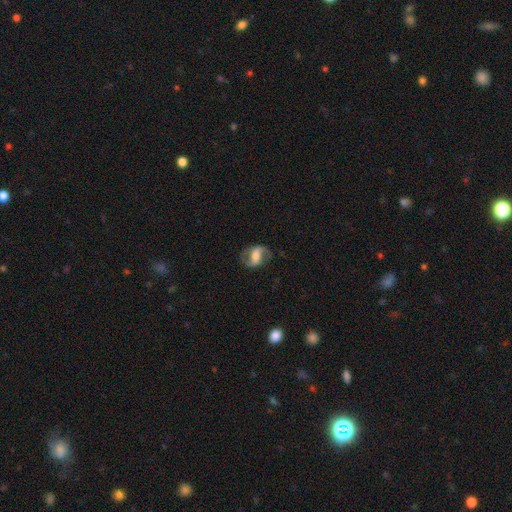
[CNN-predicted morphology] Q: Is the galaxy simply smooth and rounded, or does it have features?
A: featured or disk — 70%.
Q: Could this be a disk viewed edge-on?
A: no — 95%.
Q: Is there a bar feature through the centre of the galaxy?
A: strong — 42%.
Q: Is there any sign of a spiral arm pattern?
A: yes — 85%.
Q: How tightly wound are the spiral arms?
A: medium — 45%.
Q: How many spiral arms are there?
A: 2 — 87%.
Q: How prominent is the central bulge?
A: moderate — 38%.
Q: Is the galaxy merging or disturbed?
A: none — 72%.